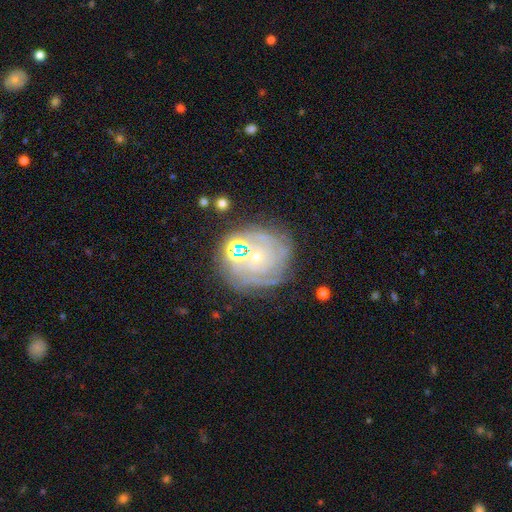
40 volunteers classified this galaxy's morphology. Volunteers were most divided on "spiral arm count": can't tell: 48%, 2: 28%, 3: 8%, 4: 8%, 1: 4%, more than 4: 4%. More confident: edge-on disk — no (100%); bar — no (87%); spiral arms — yes (83%); bulge size — small (80%); smooth or featured — featured or disk (75%); spiral winding — tight (68%); merging — none (68%).